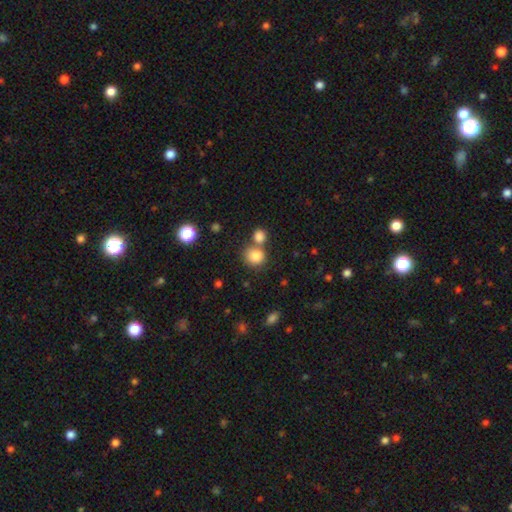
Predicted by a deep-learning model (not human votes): This appears to be a smooth galaxy with no disk features (83%) that is round (77%). Merging: none (54%).